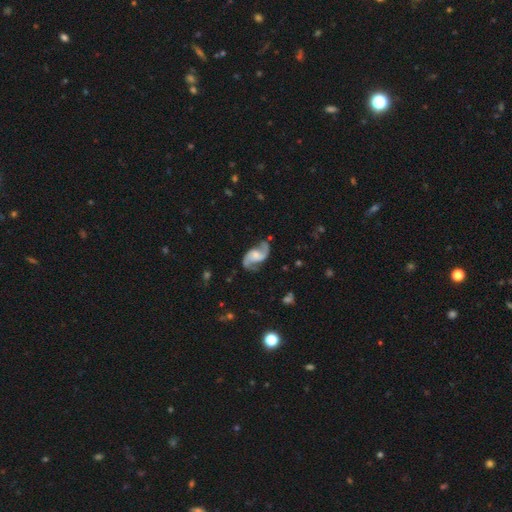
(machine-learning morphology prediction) This is clearly a featured or disk galaxy (88%). It is clearly not viewed edge-on (98%). Bar: possibly no (49%). Spiral arm pattern: clearly yes (97%). Spiral arm count: clearly 2 (93%). Spiral winding: possibly loose (51%). Central bulge: marginally small (38%). Merging: likely none (74%).